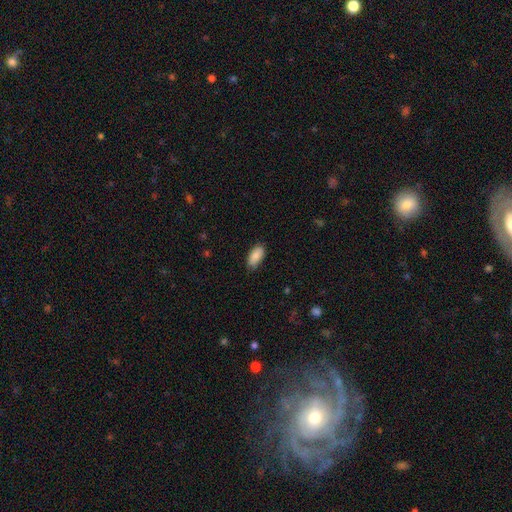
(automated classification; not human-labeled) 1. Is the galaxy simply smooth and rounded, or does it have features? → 87% smooth, 7% featured or disk, 6% star or artifact.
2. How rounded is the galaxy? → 92% in between, 6% cigar-shaped, 2% round.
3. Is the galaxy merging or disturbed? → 76% none, 20% minor disturbance, 3% major disturbance, 1% merger.